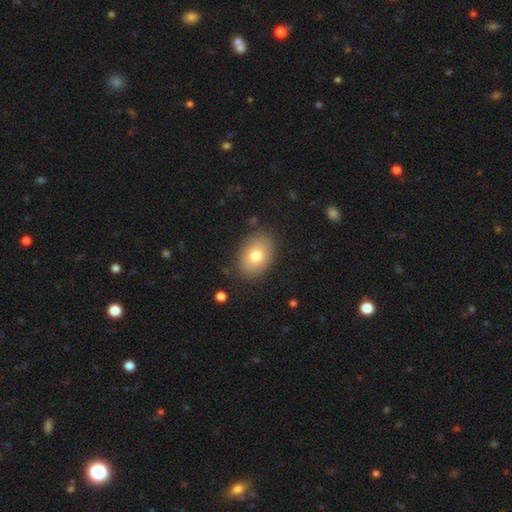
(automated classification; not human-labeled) Morphology: type=smooth (77%); roundness=in between (80%); merging=none (84%).